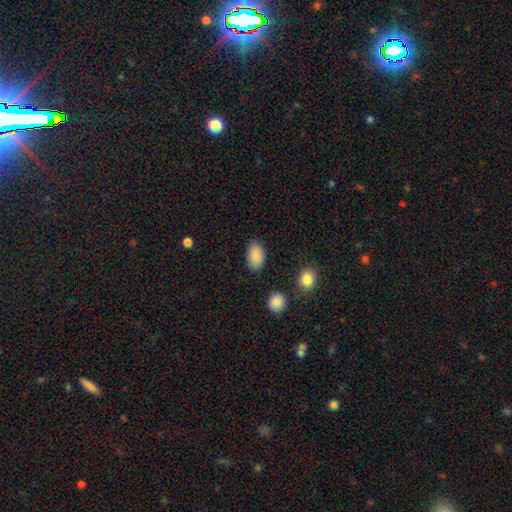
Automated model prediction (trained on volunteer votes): Overall: smooth (89%). How rounded: in between (91%). Merging: none (84%).